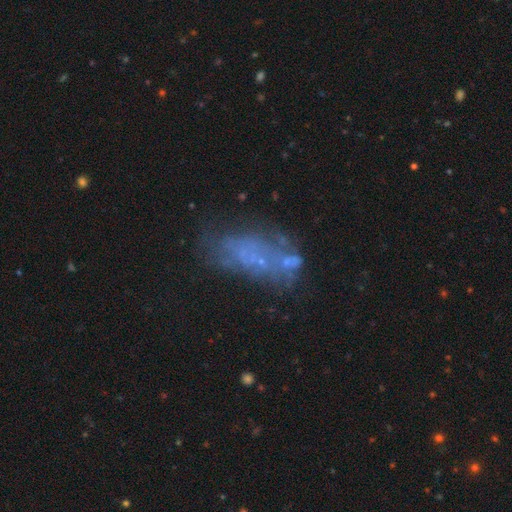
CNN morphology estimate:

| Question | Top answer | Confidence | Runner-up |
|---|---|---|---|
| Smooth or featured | featured or disk | 49% | smooth (33%) |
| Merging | none | 44% | major disturbance (20%) |